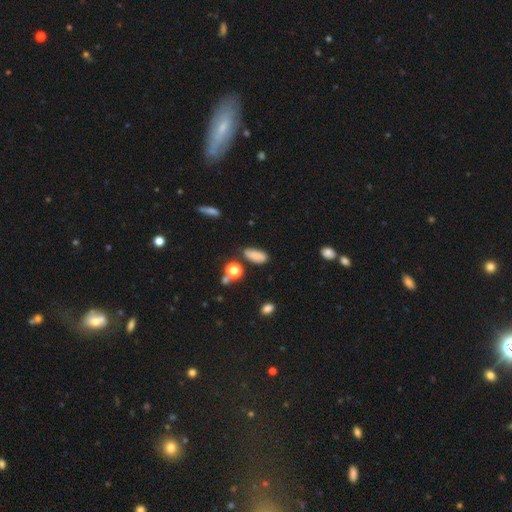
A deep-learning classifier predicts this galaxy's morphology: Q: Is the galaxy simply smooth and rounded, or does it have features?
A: smooth — 81%.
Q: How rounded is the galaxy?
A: in between — 82%.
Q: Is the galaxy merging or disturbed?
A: none — 69%.